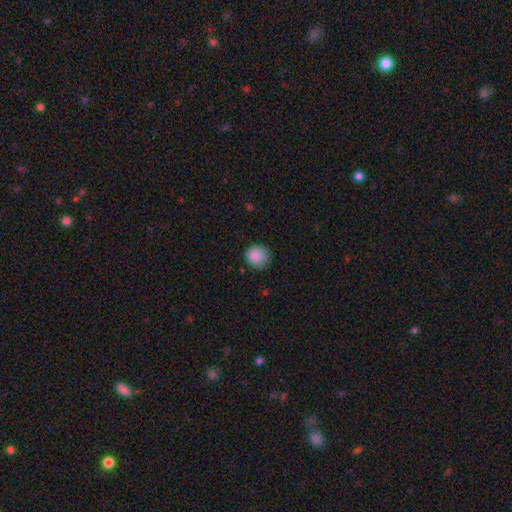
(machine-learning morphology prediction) This appears to be a smooth galaxy with no disk features (88%) that is round (91%). Merging: none (80%).